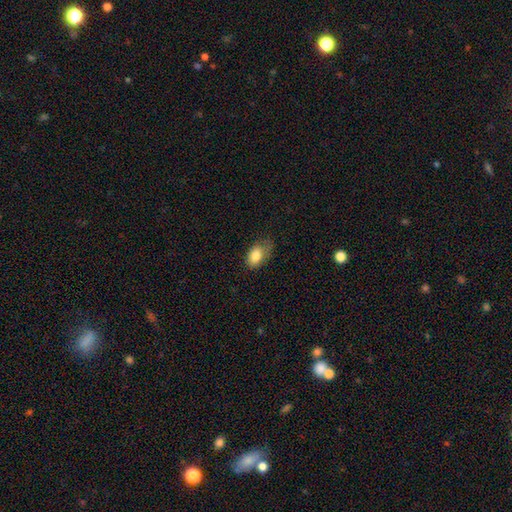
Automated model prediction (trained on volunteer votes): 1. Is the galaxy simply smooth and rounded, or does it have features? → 83% smooth, 10% featured or disk, 8% star or artifact.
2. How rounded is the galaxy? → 87% in between, 11% round, 2% cigar-shaped.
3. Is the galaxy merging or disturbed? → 44% none, 38% minor disturbance, 17% major disturbance, 2% merger.